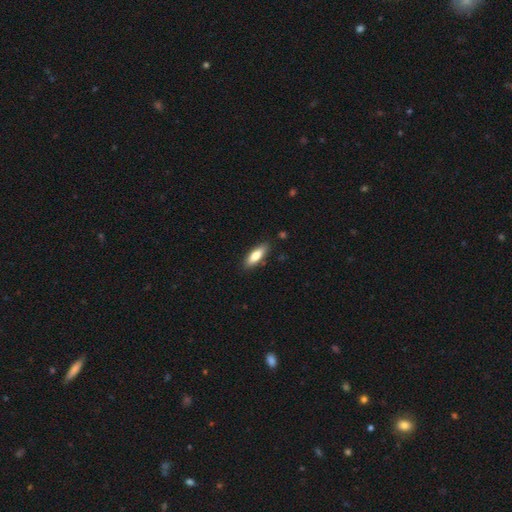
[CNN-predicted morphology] The model was most divided on "how rounded": in between: 61%, cigar-shaped: 38%, round: 2%. More confident: merging — none (86%); smooth or featured — smooth (79%).